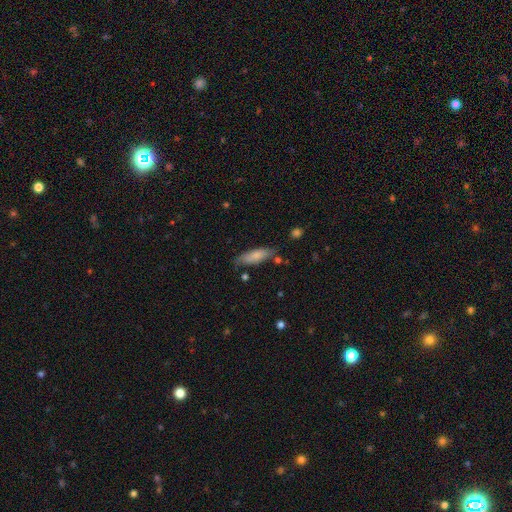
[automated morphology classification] Smooth or featured?
  - smooth: 75% *
  - featured or disk: 19%
  - star or artifact: 6%
How rounded?
  - in between: 55% *
  - cigar-shaped: 43%
  - round: 2%
Merging?
  - none: 70% *
  - minor disturbance: 21%
  - major disturbance: 4%
  - merger: 4%